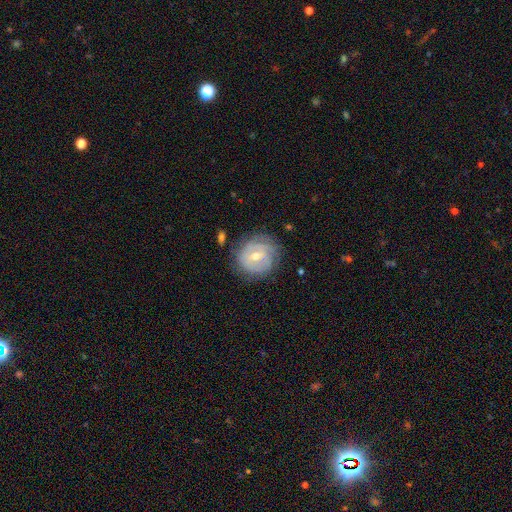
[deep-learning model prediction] Smooth or featured: featured or disk — 68% (smooth — 24%)
Edge-on disk: no — 97% (yes — 3%)
Bar: weak — 46% (no — 38%)
Spiral arms: yes — 76% (no — 24%)
Spiral winding: tight — 71% (medium — 21%)
Spiral arm count: can't tell — 47% (2 — 29%)
Bulge size: moderate — 58% (small — 38%)
Merging: none — 75% (minor disturbance — 17%)